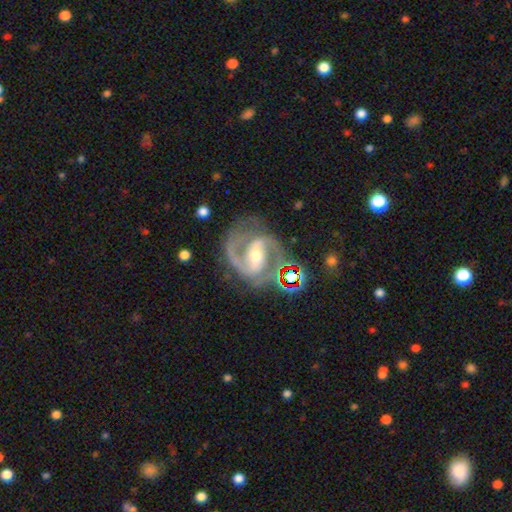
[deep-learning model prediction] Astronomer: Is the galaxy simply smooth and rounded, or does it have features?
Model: featured or disk — 90%.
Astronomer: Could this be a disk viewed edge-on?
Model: no — 98%.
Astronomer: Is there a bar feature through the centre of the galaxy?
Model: strong — 48% (runner-up: weak, 36%).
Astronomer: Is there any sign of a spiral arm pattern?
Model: yes — 98%.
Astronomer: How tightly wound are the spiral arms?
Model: medium — 64%.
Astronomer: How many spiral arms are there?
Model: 2 — 92%.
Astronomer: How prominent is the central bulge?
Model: moderate — 66%.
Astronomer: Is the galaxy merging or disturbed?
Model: none — 70%.